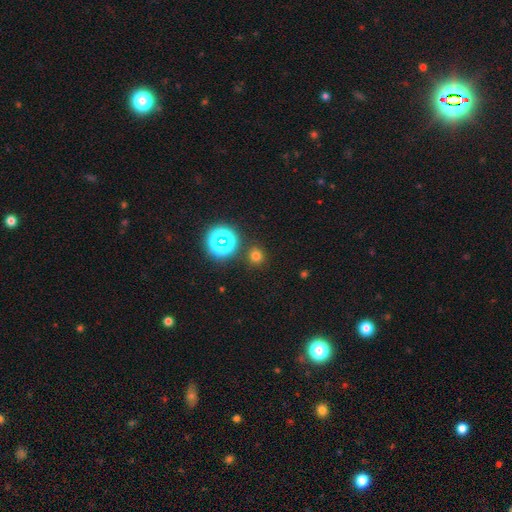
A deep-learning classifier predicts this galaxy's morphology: Smooth or featured: smooth — 68% (star or artifact — 26%)
How rounded: round — 89% (in between — 9%)
Merging: none — 87% (minor disturbance — 7%)